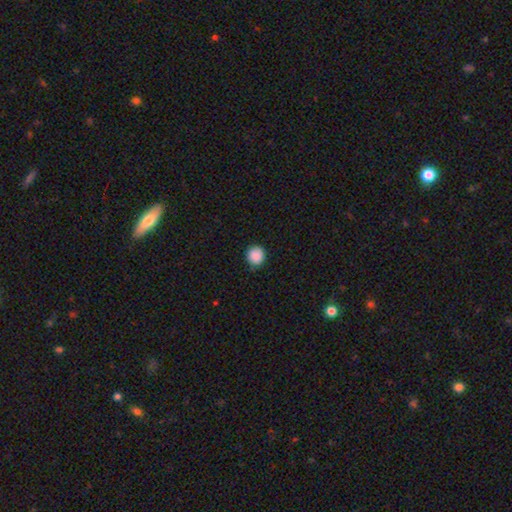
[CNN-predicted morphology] This is clearly a smooth galaxy (89%). How rounded: clearly round (90%). Merging: clearly none (86%).